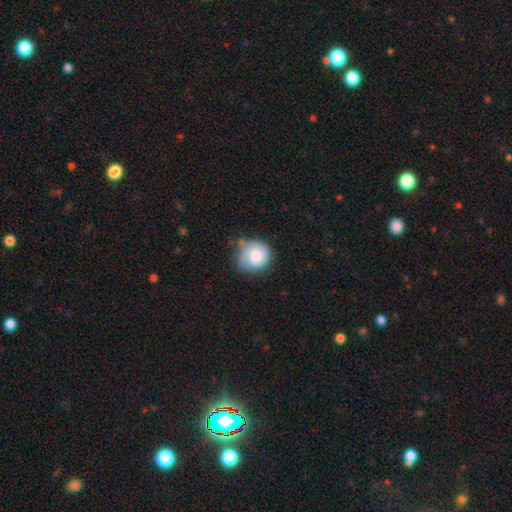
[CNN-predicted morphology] Smooth or featured? Predicted: smooth (p=0.74). How rounded? Predicted: round (p=0.83). Merging? Predicted: none (p=0.48).